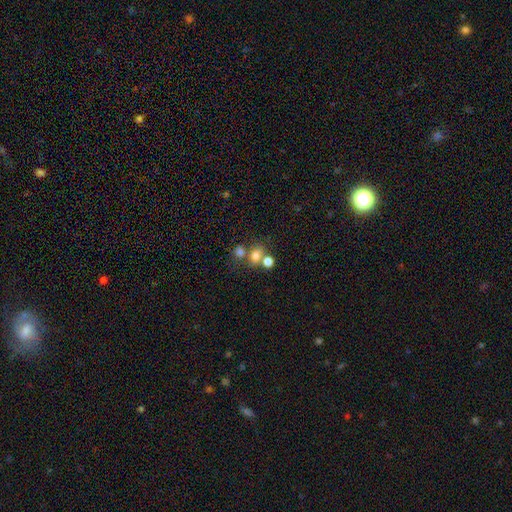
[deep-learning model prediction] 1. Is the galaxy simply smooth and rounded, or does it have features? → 73% smooth, 16% star or artifact, 11% featured or disk.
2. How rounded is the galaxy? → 53% round, 45% in between, 1% cigar-shaped.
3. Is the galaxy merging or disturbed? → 48% none, 36% merger, 10% minor disturbance, 5% major disturbance.